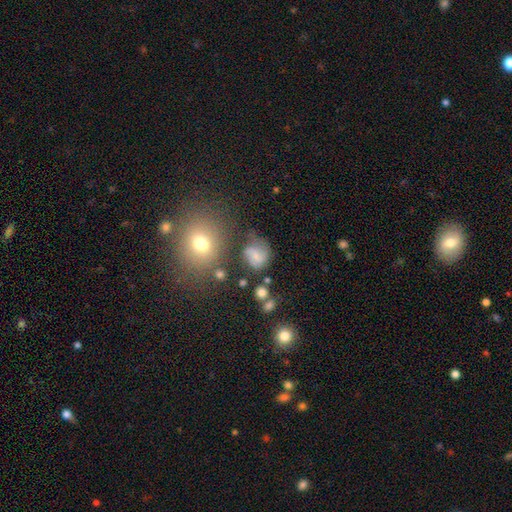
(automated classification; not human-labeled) Q: Smooth or featured?
A: smooth (53%); runner-up: featured or disk (33%)
Q: How rounded?
A: round (64%); runner-up: in between (35%)
Q: Merging?
A: none (46%); runner-up: minor disturbance (26%)